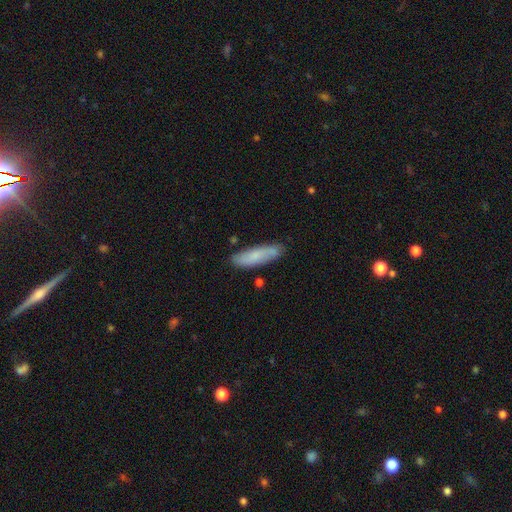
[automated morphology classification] Smooth or featured: smooth — 68% (featured or disk — 25%)
How rounded: cigar-shaped — 66% (in between — 33%)
Merging: none — 78% (minor disturbance — 16%)